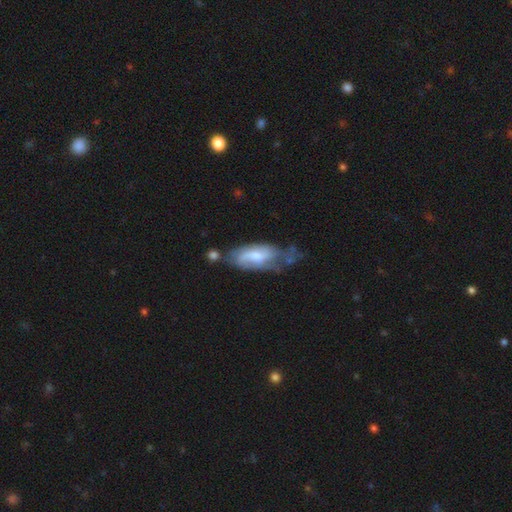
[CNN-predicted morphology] Smooth or featured?
  - featured or disk: 54% *
  - smooth: 40%
  - star or artifact: 6%
Edge-on disk?
  - no: 89% *
  - yes: 11%
Merging?
  - none: 35% *
  - minor disturbance: 31%
  - major disturbance: 20%
  - merger: 14%